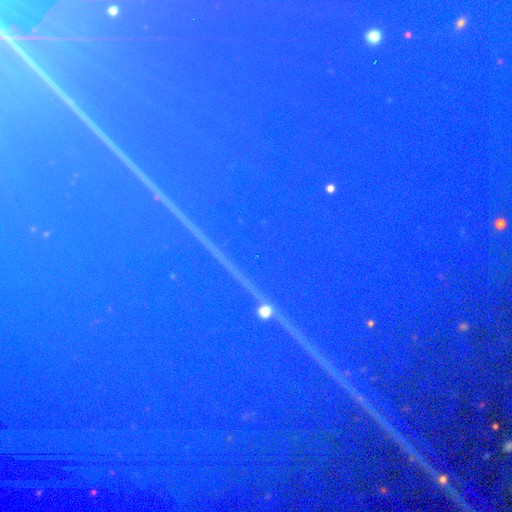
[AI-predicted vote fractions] Smooth or featured? star or artifact (84%)